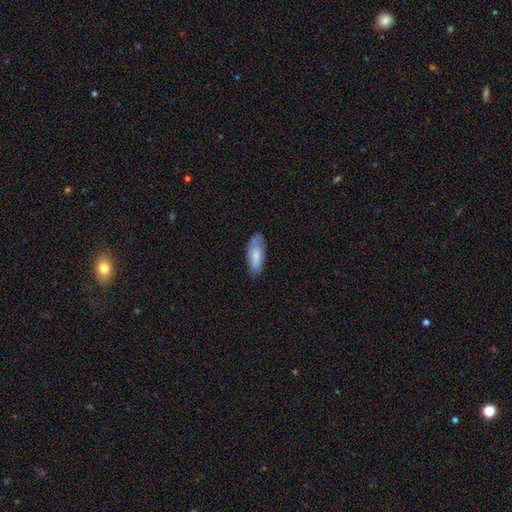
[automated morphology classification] Smooth or featured: smooth — 73% (featured or disk — 21%)
How rounded: in between — 77% (cigar-shaped — 21%)
Merging: none — 71% (minor disturbance — 22%)